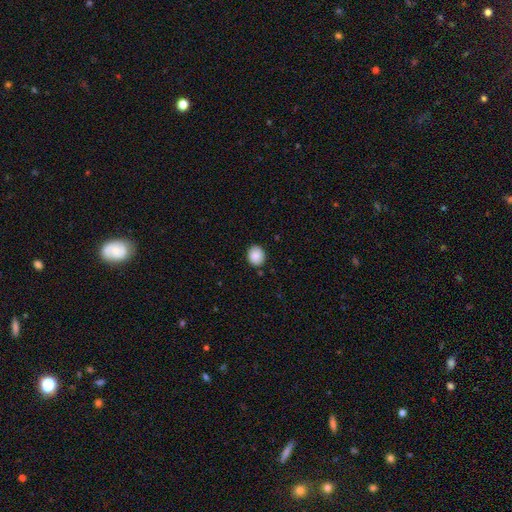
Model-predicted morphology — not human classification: smooth_or_featured: smooth (p=0.88) [alt: star or artifact p=0.08]
how_rounded: round (p=0.75) [alt: in between p=0.24]
merging: none (p=0.87) [alt: minor disturbance p=0.09]